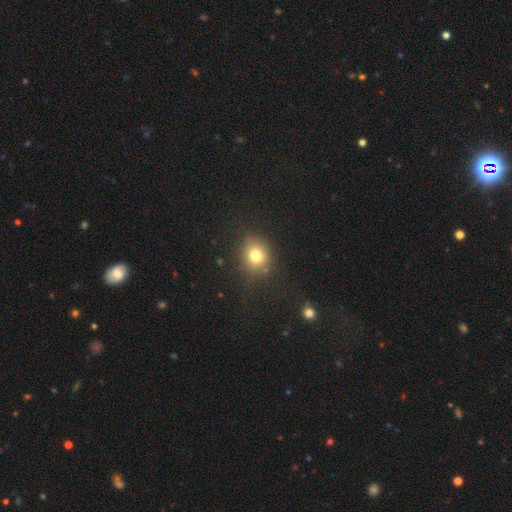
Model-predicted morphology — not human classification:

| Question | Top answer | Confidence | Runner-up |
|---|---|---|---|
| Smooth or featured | smooth | 77% | star or artifact (14%) |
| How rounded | round | 73% | in between (26%) |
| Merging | none | 80% | minor disturbance (13%) |